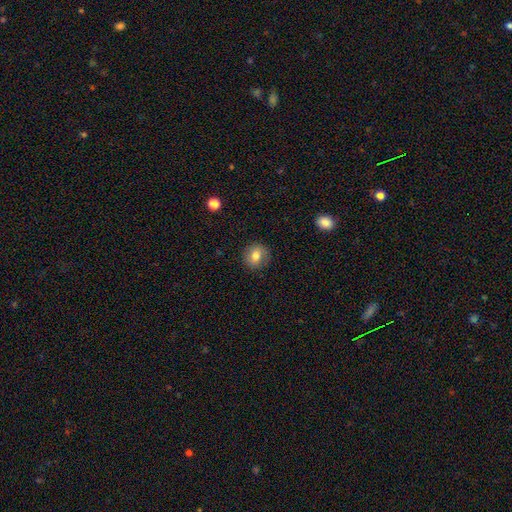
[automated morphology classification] smooth-or-featured: smooth: 76% | featured or disk: 14% | star or artifact: 9%
  how-rounded: round: 85% | in between: 14% | cigar-shaped: 1%
  merging: none: 87% | minor disturbance: 9% | major disturbance: 3% | merger: 1%